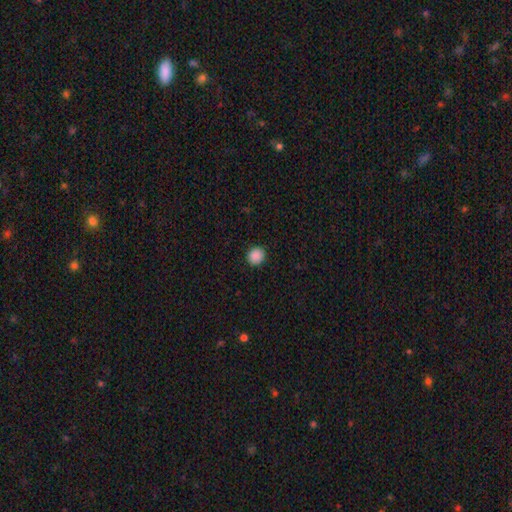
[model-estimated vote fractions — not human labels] A smooth galaxy with no disk features (88%) that is round (88%). Merging: none (92%).